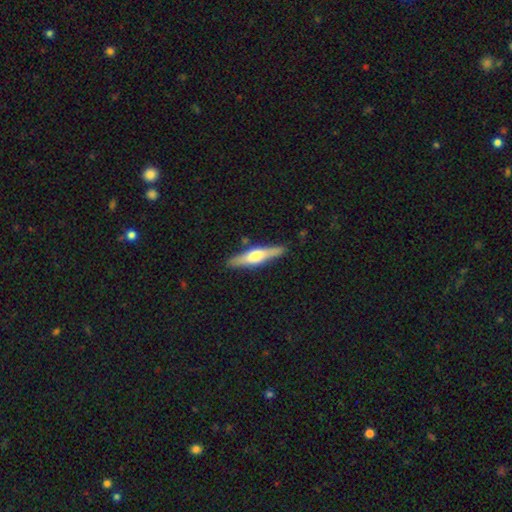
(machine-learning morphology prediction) smooth-or-featured: featured or disk: 60% | smooth: 35% | star or artifact: 5%
  disk-edge-on: yes: 95% | no: 5%
    edge-on-bulge: rounded: 86% | boxy: 10% | none: 3%
  merging: none: 87% | minor disturbance: 9% | major disturbance: 2% | merger: 2%